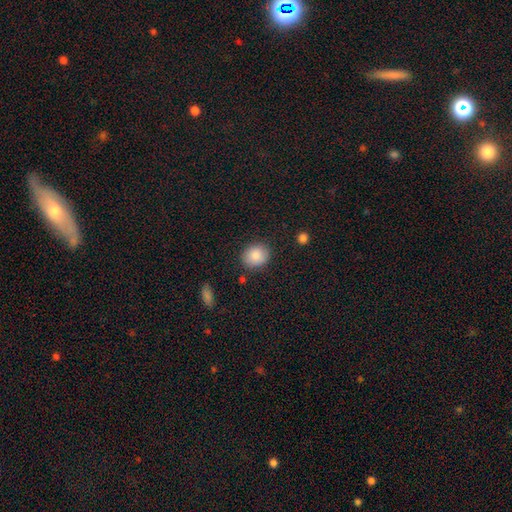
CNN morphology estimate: This is clearly a smooth galaxy (85%). How rounded: likely round (71%). Merging: clearly none (85%).